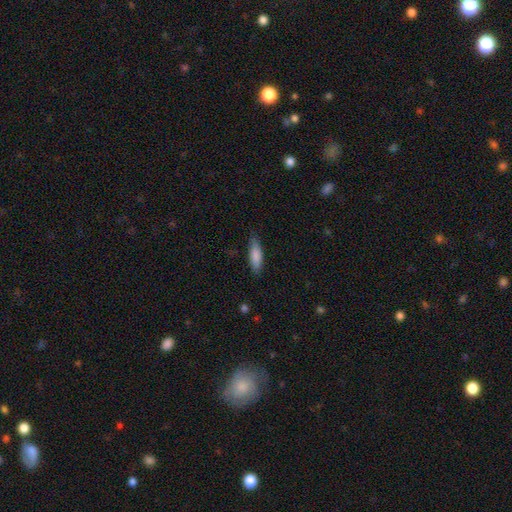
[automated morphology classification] smooth 84%, featured or disk 11%, star or artifact 6%. Down the decision tree: how rounded — cigar-shaped (54%); merging — none (81%).